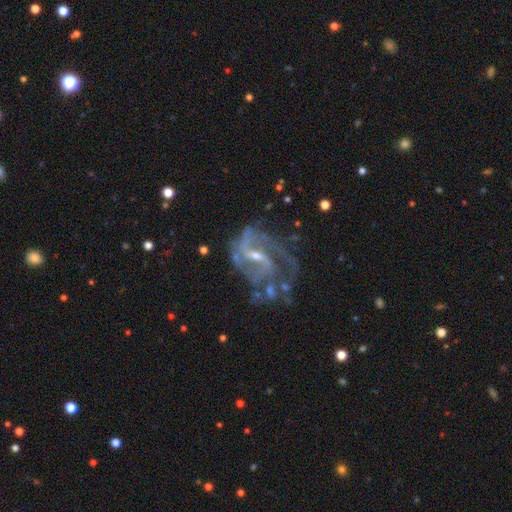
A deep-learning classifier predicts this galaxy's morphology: type=featured or disk (87%); edge-on=no (97%); bar=weak (52%); spiral arms=yes (92%); winding=medium (49%); arm count=2 (50%); bulge=small (59%); merging=none (40%).